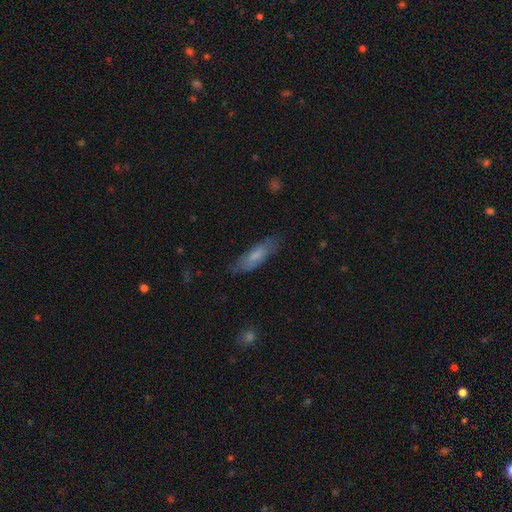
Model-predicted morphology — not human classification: Smooth or featured? Predicted: smooth (p=0.67). How rounded? Predicted: cigar-shaped (p=0.52). Merging? Predicted: none (p=0.75).